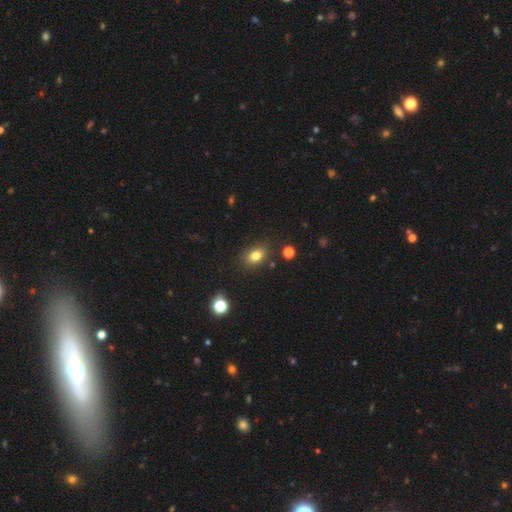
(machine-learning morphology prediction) A smooth galaxy with no disk features (79%) that is in between round and cigar-shaped (65%). Merging: none (82%).